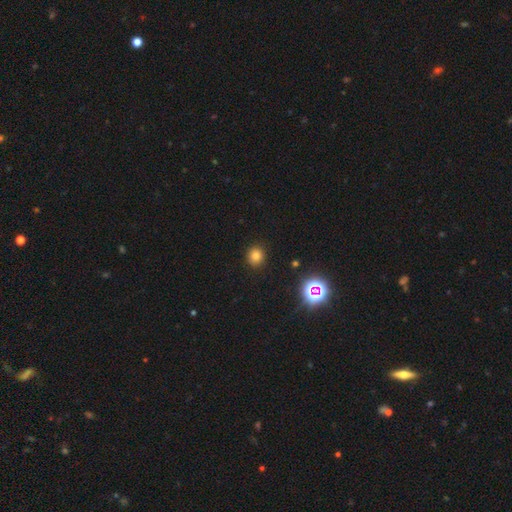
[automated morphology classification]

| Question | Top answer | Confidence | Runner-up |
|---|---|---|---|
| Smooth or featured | smooth | 78% | star or artifact (17%) |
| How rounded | round | 84% | in between (15%) |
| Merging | none | 91% | minor disturbance (6%) |